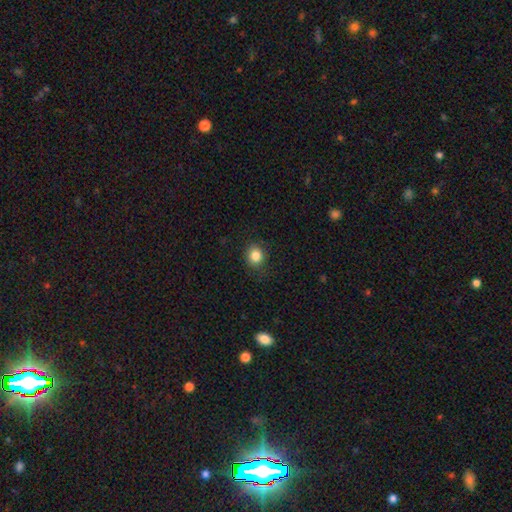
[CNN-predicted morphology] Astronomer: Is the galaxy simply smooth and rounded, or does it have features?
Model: smooth — 84%.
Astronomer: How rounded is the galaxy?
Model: round — 81%.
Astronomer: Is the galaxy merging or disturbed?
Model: none — 86%.